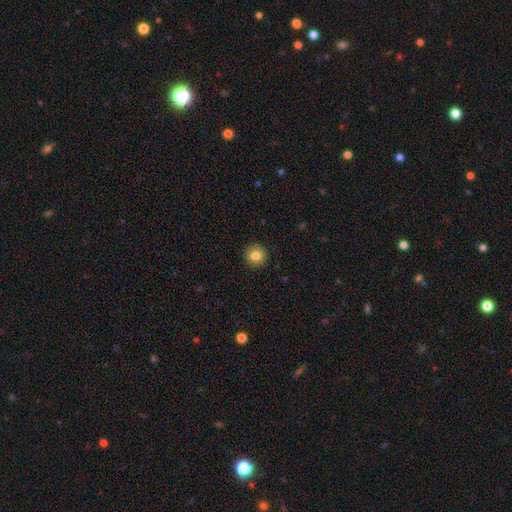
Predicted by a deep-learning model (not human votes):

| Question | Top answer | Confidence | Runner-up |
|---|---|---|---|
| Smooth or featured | smooth | 81% | star or artifact (10%) |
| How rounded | round | 90% | in between (9%) |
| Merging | none | 90% | minor disturbance (7%) |